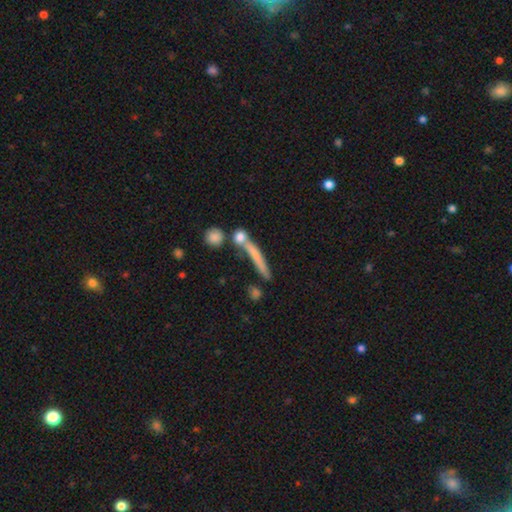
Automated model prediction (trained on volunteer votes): smooth 61%, featured or disk 30%, star or artifact 9%. Down the decision tree: how rounded — cigar-shaped (86%); merging — none (60%).